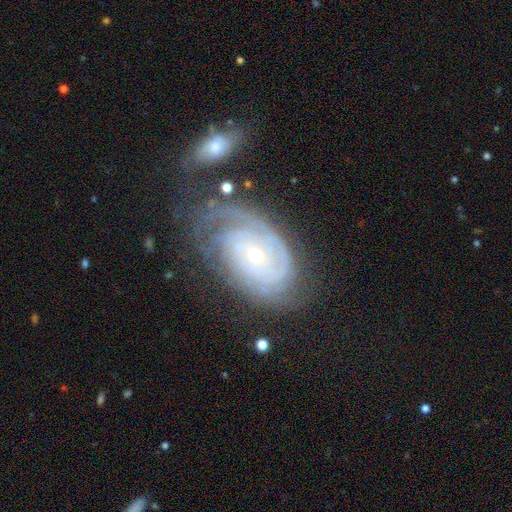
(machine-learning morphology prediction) Q: Smooth or featured?
A: featured or disk (86%); runner-up: smooth (8%)
Q: Edge-on disk?
A: no (96%); runner-up: yes (4%)
Q: Bar?
A: no (76%); runner-up: weak (18%)
Q: Spiral arms?
A: yes (96%); runner-up: no (4%)
Q: Spiral winding?
A: tight (77%); runner-up: medium (19%)
Q: Spiral arm count?
A: can't tell (33%); runner-up: 3 (20%)
Q: Bulge size?
A: small (67%); runner-up: moderate (30%)
Q: Merging?
A: none (62%); runner-up: minor disturbance (22%)